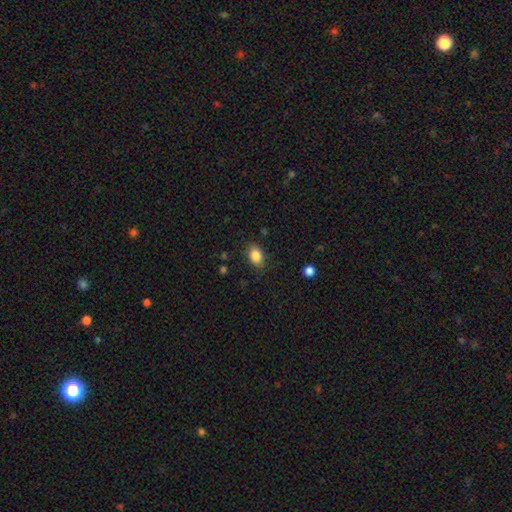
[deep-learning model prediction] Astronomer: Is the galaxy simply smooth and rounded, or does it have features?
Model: smooth — 86%.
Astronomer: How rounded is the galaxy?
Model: in between — 76%.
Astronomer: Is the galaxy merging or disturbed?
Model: none — 83%.